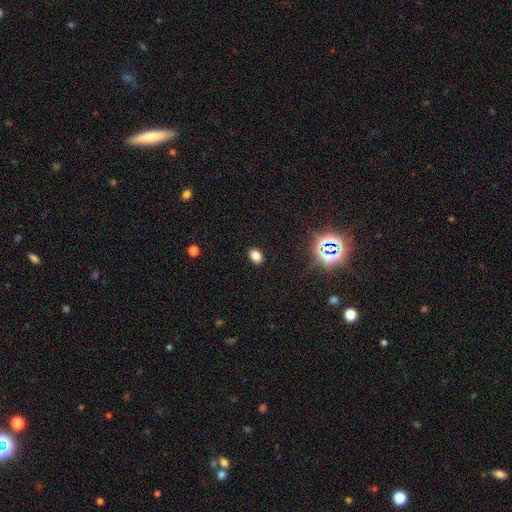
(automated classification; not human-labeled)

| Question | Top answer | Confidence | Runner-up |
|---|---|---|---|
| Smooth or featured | smooth | 81% | star or artifact (14%) |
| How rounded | in between | 72% | round (27%) |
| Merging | none | 89% | minor disturbance (7%) |